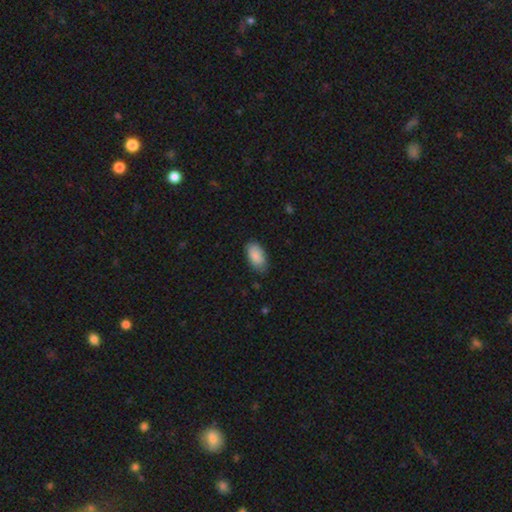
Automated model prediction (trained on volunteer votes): Overall: smooth (87%). How rounded: in between (94%). Merging: none (75%).